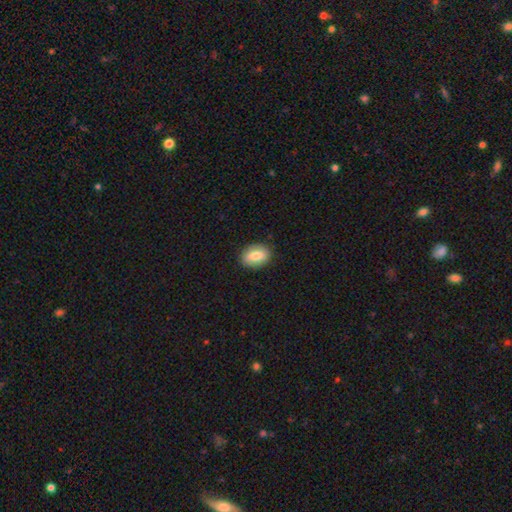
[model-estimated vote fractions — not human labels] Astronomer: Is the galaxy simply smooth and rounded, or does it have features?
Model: smooth — 80%.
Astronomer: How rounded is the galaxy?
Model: in between — 81%.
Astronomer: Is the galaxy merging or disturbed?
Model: none — 87%.